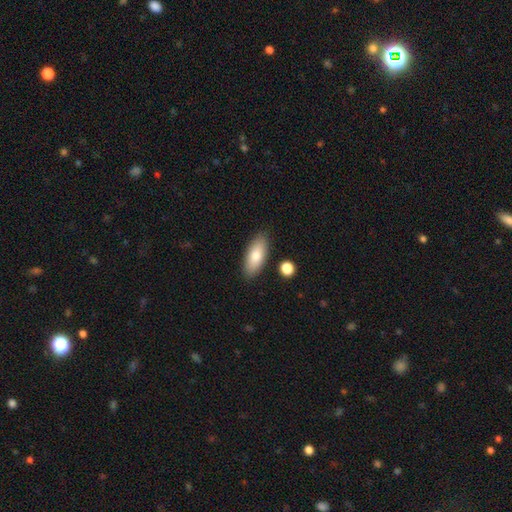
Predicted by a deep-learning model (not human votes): smooth 79%, featured or disk 15%, star or artifact 6%. Down the decision tree: how rounded — in between (82%); merging — none (86%).